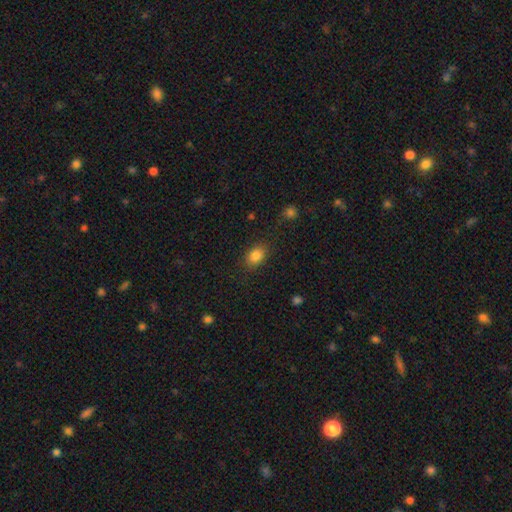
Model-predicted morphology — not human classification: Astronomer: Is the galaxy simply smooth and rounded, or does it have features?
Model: smooth — 84%.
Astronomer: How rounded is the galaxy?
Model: in between — 73%.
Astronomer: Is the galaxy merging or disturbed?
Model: none — 82%.